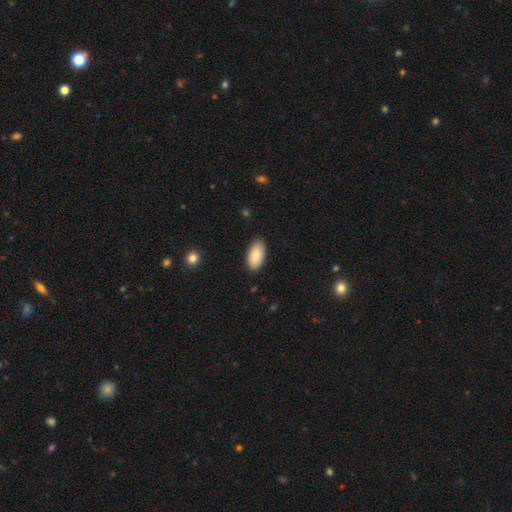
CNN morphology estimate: Smooth or featured? smooth (85%)
How rounded? in between (95%)
Merging? none (87%)